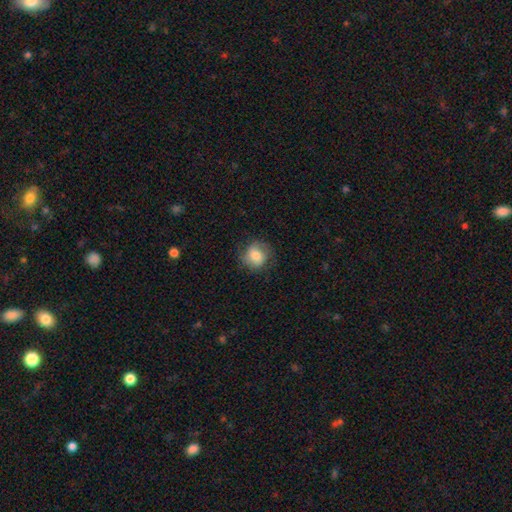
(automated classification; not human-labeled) smooth-or-featured: smooth: 74% | featured or disk: 18% | star or artifact: 9%
  how-rounded: round: 81% | in between: 18% | cigar-shaped: 1%
  merging: none: 74% | minor disturbance: 18% | major disturbance: 7% | merger: 1%